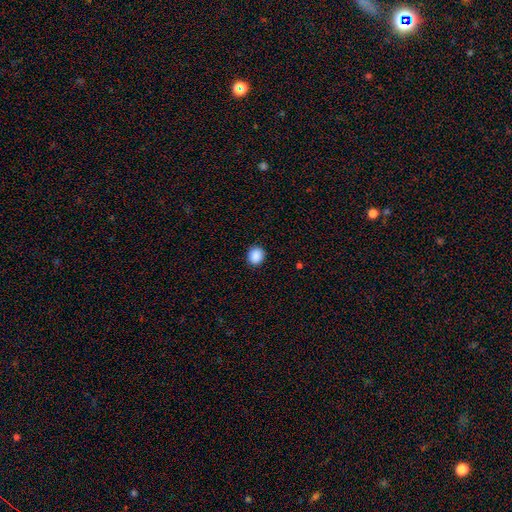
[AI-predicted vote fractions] smooth 89%, star or artifact 8%, featured or disk 2%. Down the decision tree: how rounded — round (76%); merging — none (90%).